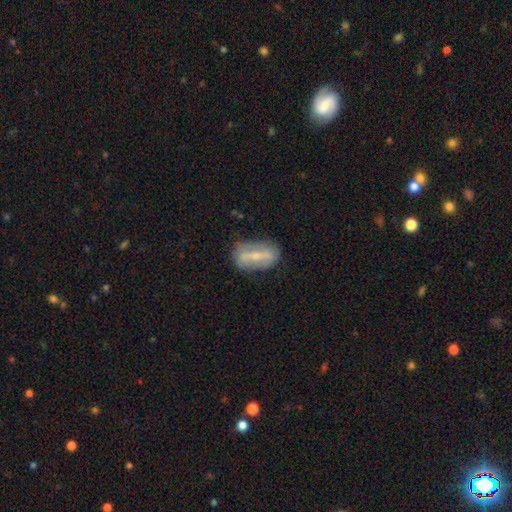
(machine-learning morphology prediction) The model was most divided on "spiral arms": no: 62%, yes: 38%. More confident: edge-on disk — no (84%); merging — none (74%); bar — strong (67%); smooth or featured — featured or disk (61%); bulge size — small (55%).